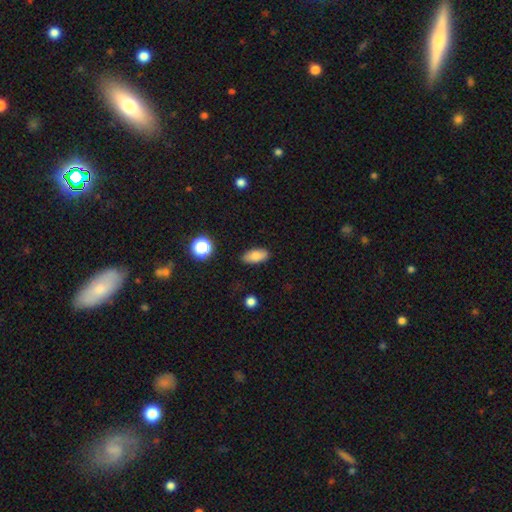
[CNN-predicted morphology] smooth_or_featured: smooth (p=0.81) [alt: featured or disk p=0.11]
how_rounded: in between (p=0.87) [alt: cigar-shaped p=0.08]
merging: none (p=0.87) [alt: minor disturbance p=0.09]